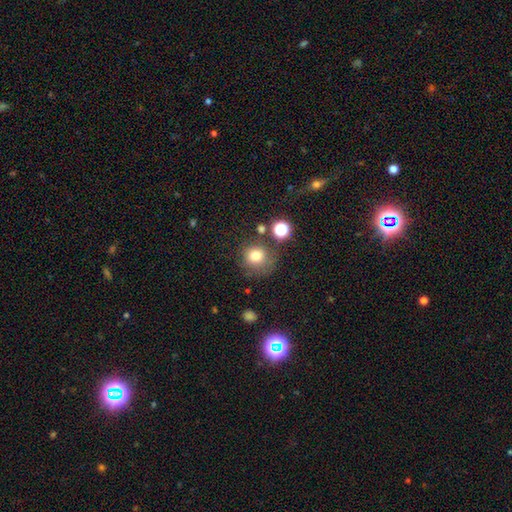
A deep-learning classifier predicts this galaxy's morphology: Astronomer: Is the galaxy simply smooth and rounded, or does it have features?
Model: smooth — 78%.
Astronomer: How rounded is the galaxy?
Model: round — 88%.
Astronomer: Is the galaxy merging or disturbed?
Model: none — 65%.